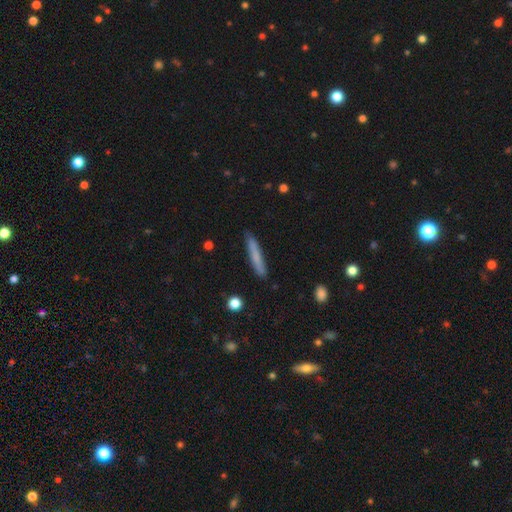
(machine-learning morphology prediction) A smooth galaxy with no disk features (72%) that is cigar-shaped (95%).

Vote fractions:
- Smooth or featured? smooth: 72% / featured or disk: 22% / star or artifact: 6%
- How rounded? cigar-shaped: 95% / in between: 4% / round: 1%
- Merging? none: 87% / minor disturbance: 10% / major disturbance: 2% / merger: 1%